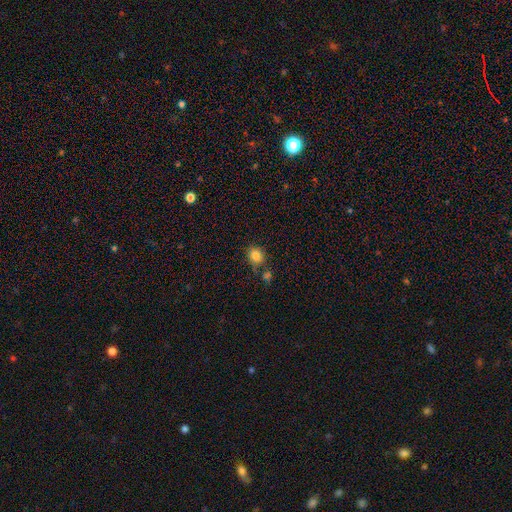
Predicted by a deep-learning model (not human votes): This appears to be a smooth galaxy with no disk features (83%) that is round (64%). Merging: none (68%).